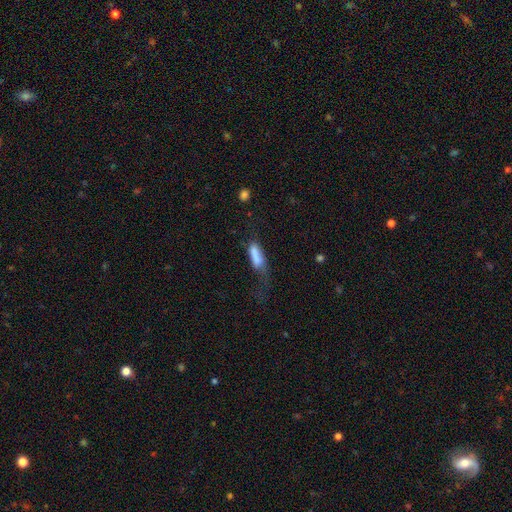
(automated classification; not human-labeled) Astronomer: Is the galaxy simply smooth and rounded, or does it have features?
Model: smooth — 74%.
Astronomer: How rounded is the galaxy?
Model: in between — 56% (runner-up: cigar-shaped, 41%).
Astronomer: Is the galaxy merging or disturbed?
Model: major disturbance — 47% (runner-up: minor disturbance, 23%).